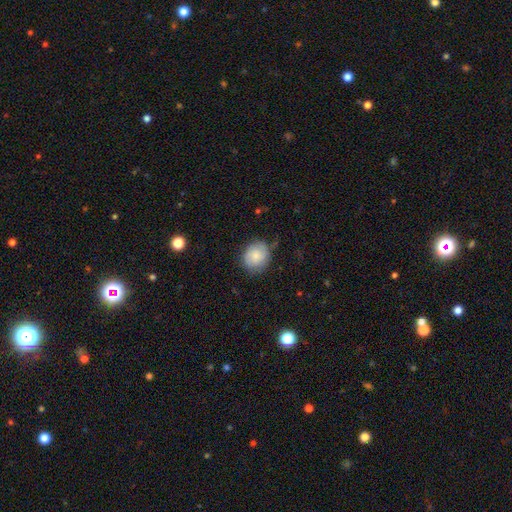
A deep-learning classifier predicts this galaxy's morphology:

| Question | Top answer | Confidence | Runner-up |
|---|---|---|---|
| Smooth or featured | smooth | 73% | featured or disk (19%) |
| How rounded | round | 76% | in between (23%) |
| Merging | none | 75% | minor disturbance (19%) |